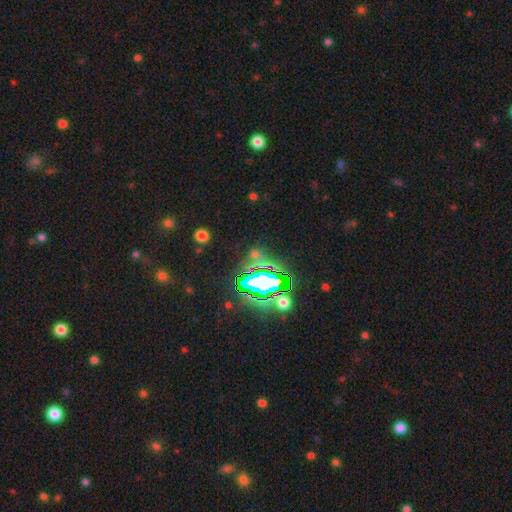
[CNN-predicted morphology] Smooth or featured: star or artifact — 60% (smooth — 28%)